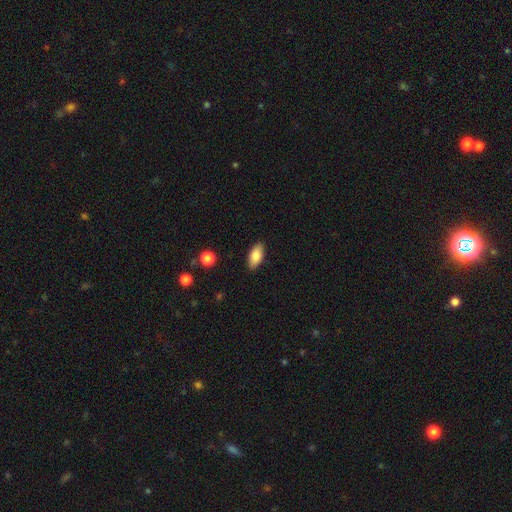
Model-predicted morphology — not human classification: Smooth or featured? smooth (84%)
How rounded? in between (89%)
Merging? none (88%)